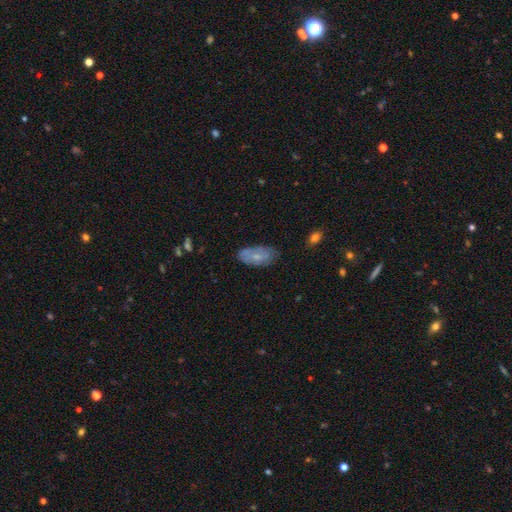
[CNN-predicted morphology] Q: Smooth or featured?
A: smooth (47%); runner-up: featured or disk (43%)
Q: Merging?
A: none (75%); runner-up: minor disturbance (20%)